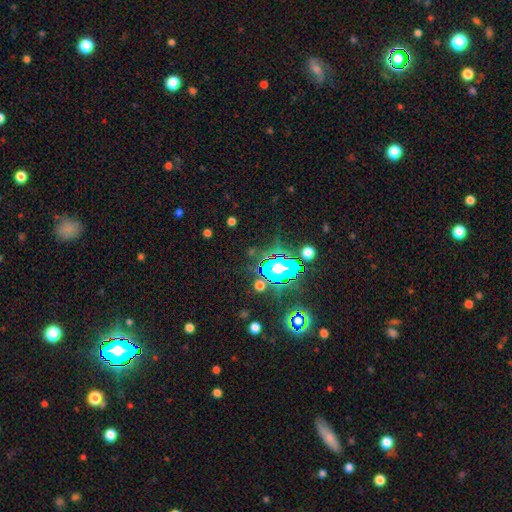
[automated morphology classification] smooth_or_featured: star or artifact (p=0.79) [alt: smooth p=0.12]